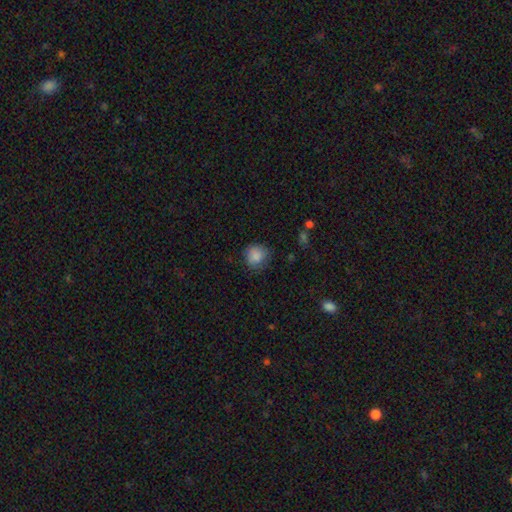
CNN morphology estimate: type=smooth (86%); roundness=round (86%); merging=none (75%).